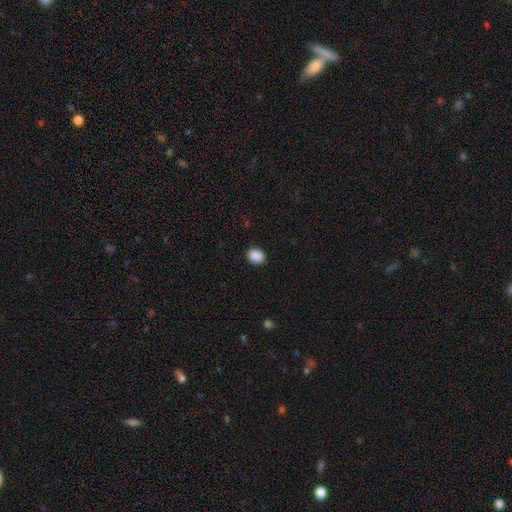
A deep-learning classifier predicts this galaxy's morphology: smooth_or_featured: smooth (p=0.90) [alt: star or artifact p=0.08]
how_rounded: in between (p=0.57) [alt: round p=0.42]
merging: none (p=0.89) [alt: minor disturbance p=0.08]